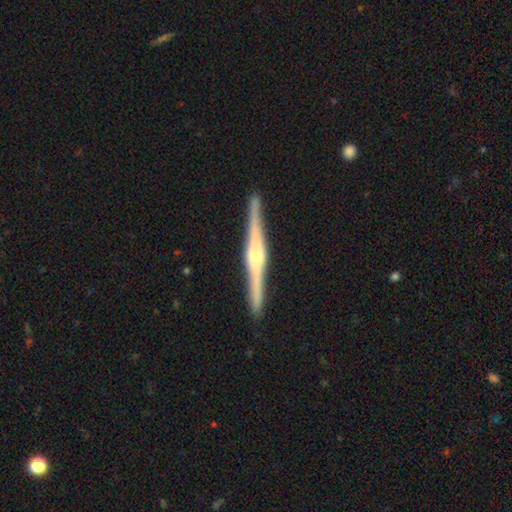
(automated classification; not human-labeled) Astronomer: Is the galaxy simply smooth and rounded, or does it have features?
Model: featured or disk — 87%.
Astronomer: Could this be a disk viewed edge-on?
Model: yes — 99%.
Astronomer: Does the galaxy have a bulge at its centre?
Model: rounded — 59% (runner-up: boxy, 35%).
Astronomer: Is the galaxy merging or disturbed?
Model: none — 92%.